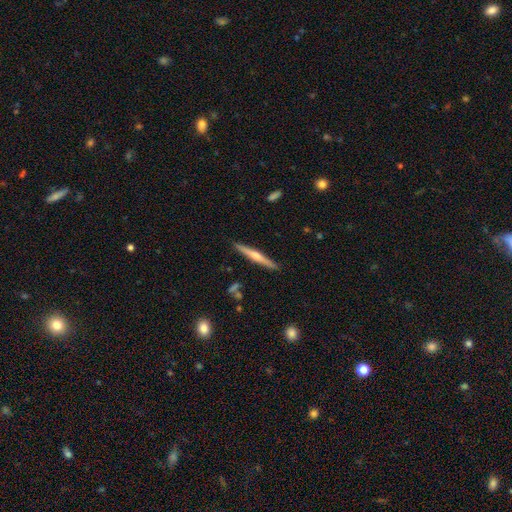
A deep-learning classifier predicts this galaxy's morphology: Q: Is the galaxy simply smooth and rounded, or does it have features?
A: featured or disk — 63%.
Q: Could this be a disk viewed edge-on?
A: yes — 98%.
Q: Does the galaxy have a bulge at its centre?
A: rounded — 81%.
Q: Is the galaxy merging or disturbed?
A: none — 90%.